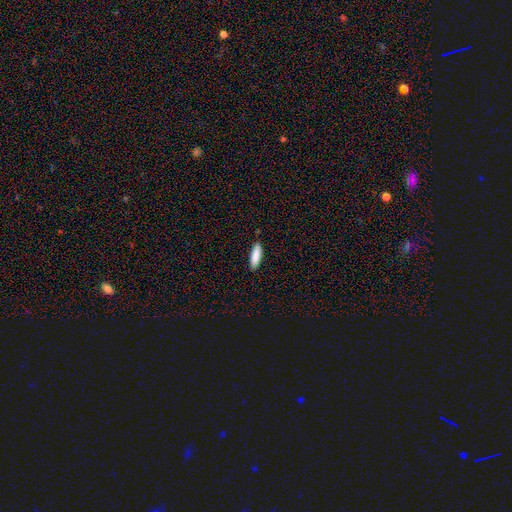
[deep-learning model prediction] A smooth galaxy with no disk features (87%) that is cigar-shaped (59%). Merging: none (88%).